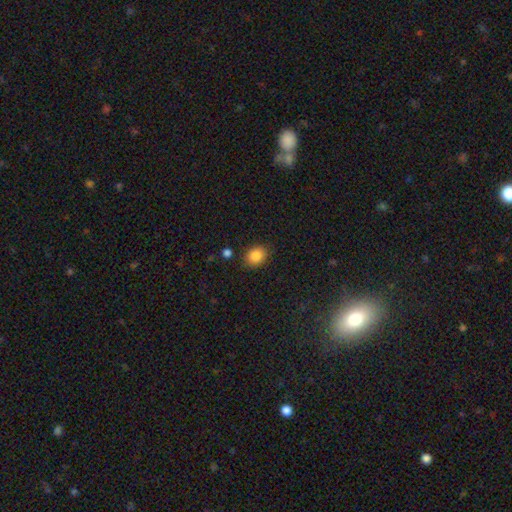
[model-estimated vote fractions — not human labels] The model was most divided on "how rounded": in between: 51%, round: 48%, cigar-shaped: 1%. More confident: smooth or featured — smooth (86%); merging — none (83%).